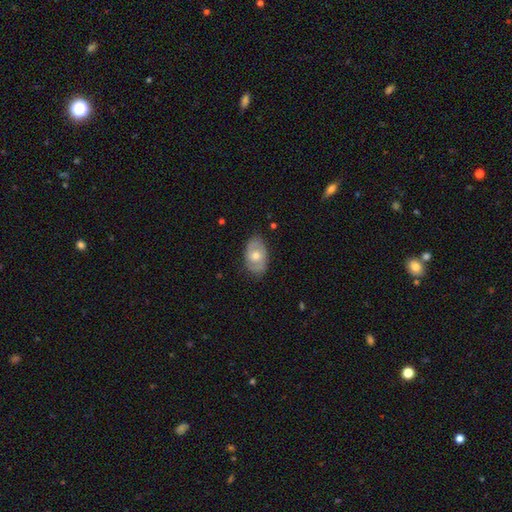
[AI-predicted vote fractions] Overall: featured or disk (51%; smooth 42%). Edge-on disk: no (93%). Merging: none (75%).